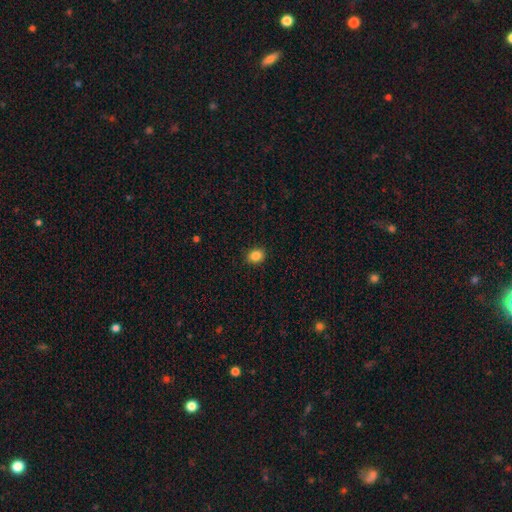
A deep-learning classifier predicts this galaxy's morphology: smooth 86%, star or artifact 10%, featured or disk 4%. Down the decision tree: how rounded — round (52%); merging — none (90%).